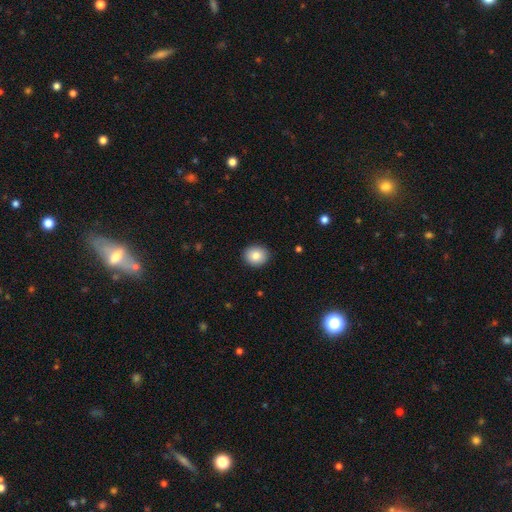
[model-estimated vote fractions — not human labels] smooth_or_featured: smooth (p=0.83) [alt: star or artifact p=0.09]
how_rounded: round (p=0.73) [alt: in between p=0.26]
merging: none (p=0.91) [alt: minor disturbance p=0.07]